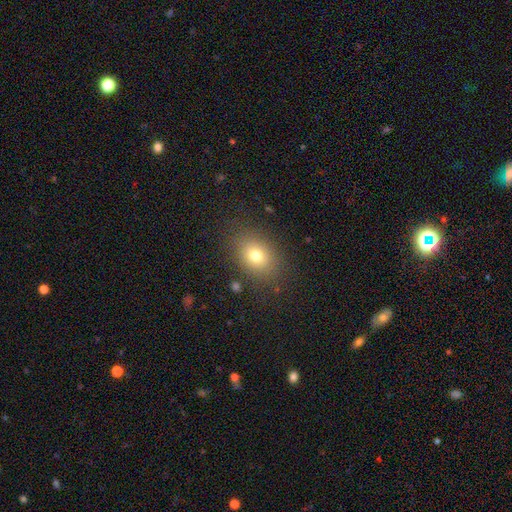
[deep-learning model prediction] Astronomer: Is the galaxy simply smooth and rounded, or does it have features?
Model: smooth — 74%.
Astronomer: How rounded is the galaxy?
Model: in between — 59% (runner-up: round, 40%).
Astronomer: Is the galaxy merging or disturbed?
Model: none — 83%.